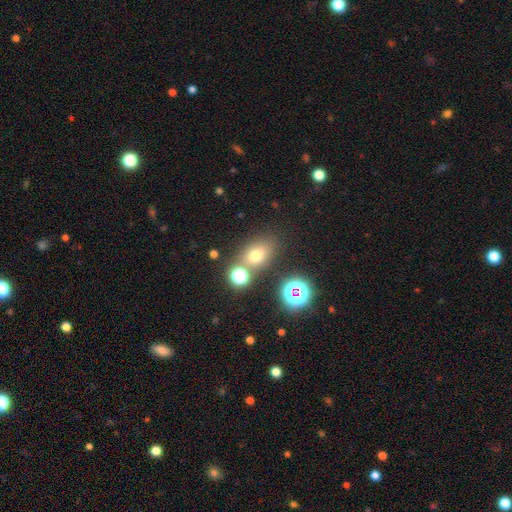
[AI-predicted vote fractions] A smooth galaxy with no disk features (66%) that is in between round and cigar-shaped (60%). Merging: none (68%).